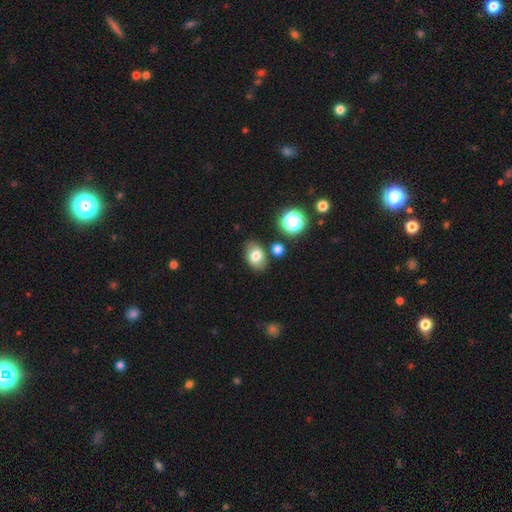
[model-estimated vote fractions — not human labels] Overall: smooth (77%). How rounded: in between (78%). Merging: none (79%).